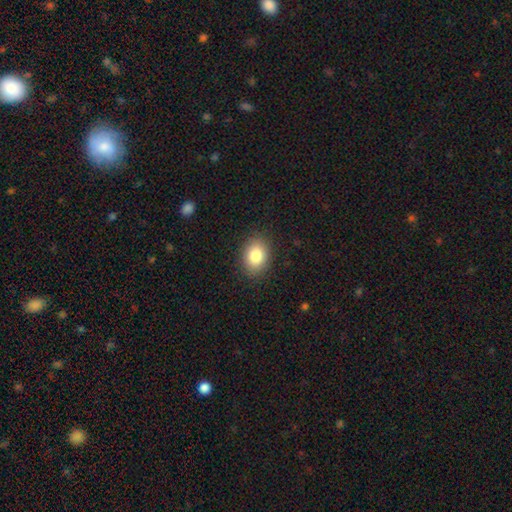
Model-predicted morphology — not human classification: Overall: smooth (84%). How rounded: in between (68%; round 31%). Merging: none (88%).